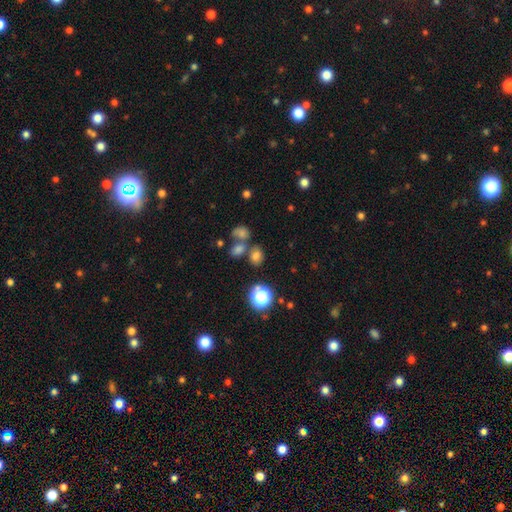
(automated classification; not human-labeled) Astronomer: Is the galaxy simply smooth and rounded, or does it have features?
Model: smooth — 70%.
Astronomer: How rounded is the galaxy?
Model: in between — 56% (runner-up: round, 42%).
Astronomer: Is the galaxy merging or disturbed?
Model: none — 62%.